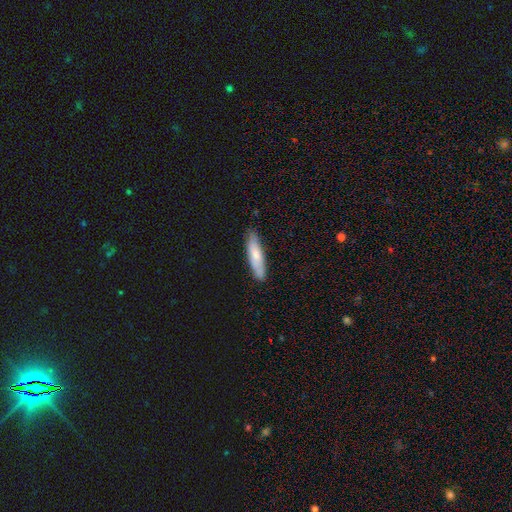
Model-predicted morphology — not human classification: smooth 68%, featured or disk 26%, star or artifact 6%. Down the decision tree: how rounded — cigar-shaped (75%); merging — none (84%).